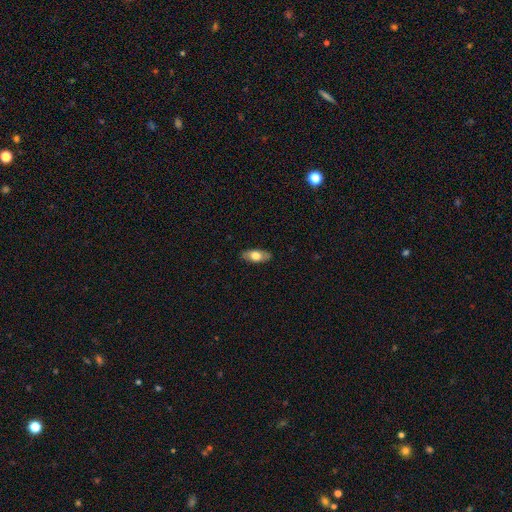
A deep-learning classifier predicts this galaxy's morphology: Smooth or featured? smooth (67%)
How rounded? in between (83%)
Merging? none (86%)